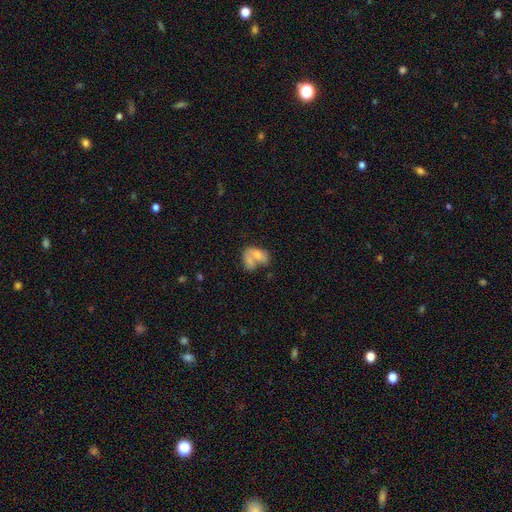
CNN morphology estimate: A smooth galaxy with no disk features (65%) that is in between round and cigar-shaped (82%). Merging: merger (62%).